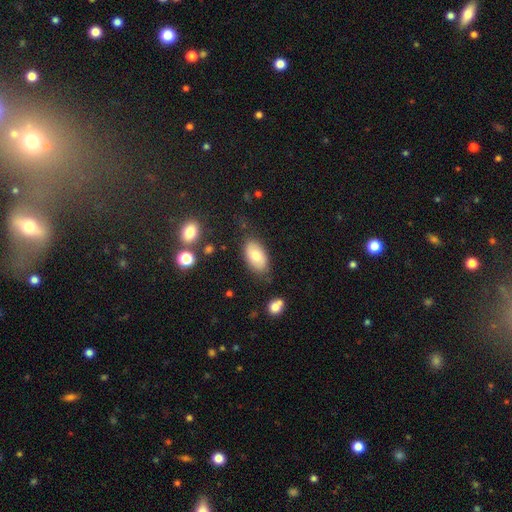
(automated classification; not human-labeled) Morphology: type=smooth (75%); roundness=in between (94%); merging=none (77%).